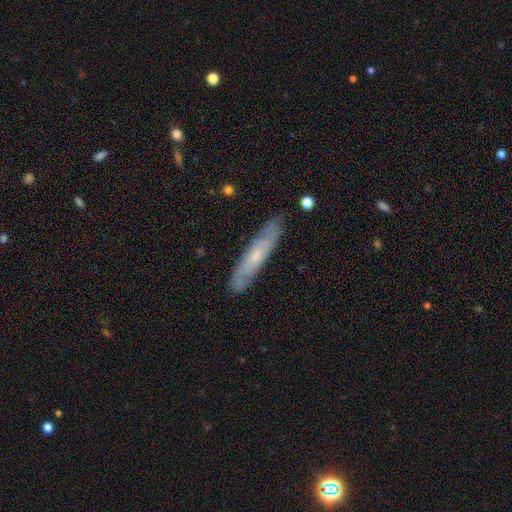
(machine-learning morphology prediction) Smooth or featured?
  - featured or disk: 50% *
  - smooth: 44%
  - star or artifact: 6%
Merging?
  - none: 84% *
  - minor disturbance: 13%
  - major disturbance: 2%
  - merger: 1%